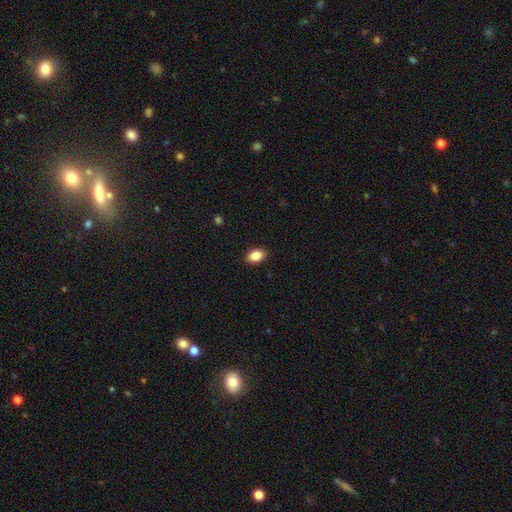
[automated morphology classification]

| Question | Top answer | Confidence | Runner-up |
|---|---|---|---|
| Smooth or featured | smooth | 87% | star or artifact (8%) |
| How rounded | in between | 86% | round (13%) |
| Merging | none | 90% | minor disturbance (7%) |